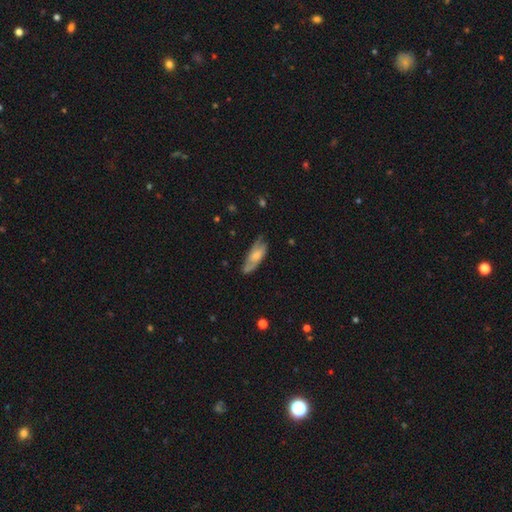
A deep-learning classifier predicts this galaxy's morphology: A featured or disk galaxy (48%).

Vote fractions:
- Smooth or featured? featured or disk: 48% / smooth: 46% / star or artifact: 6%
- Merging? none: 61% / minor disturbance: 28% / major disturbance: 9% / merger: 2%